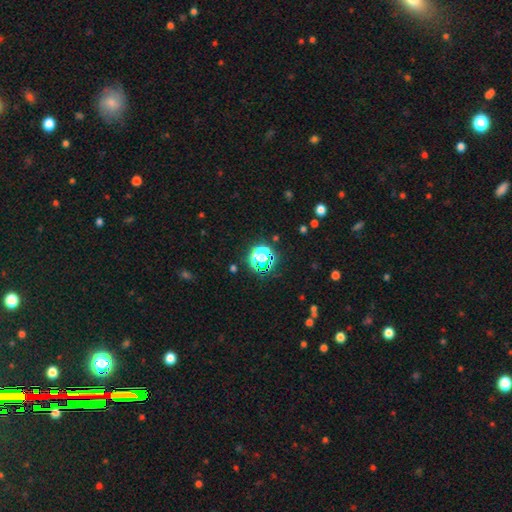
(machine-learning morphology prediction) smooth-or-featured: star or artifact: 59% | smooth: 32% | featured or disk: 10%